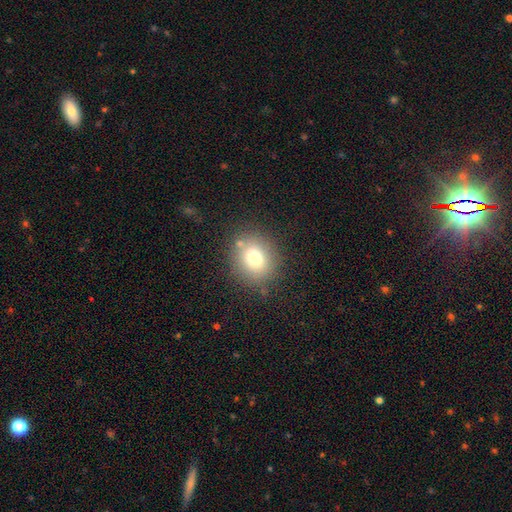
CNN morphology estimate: Smooth or featured?
  - smooth: 75% *
  - star or artifact: 13%
  - featured or disk: 12%
How rounded?
  - round: 65% *
  - in between: 34%
  - cigar-shaped: 1%
Merging?
  - none: 80% *
  - minor disturbance: 11%
  - merger: 5%
  - major disturbance: 4%